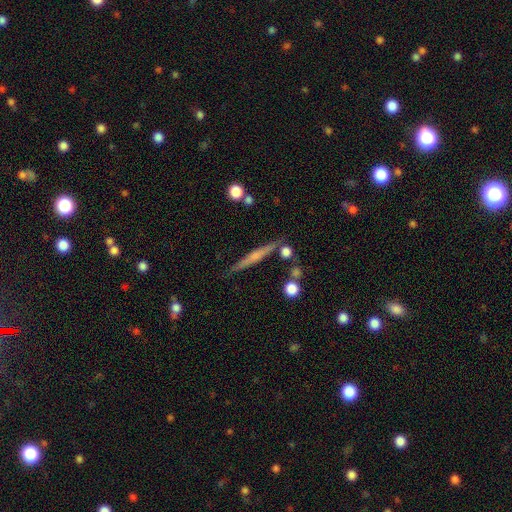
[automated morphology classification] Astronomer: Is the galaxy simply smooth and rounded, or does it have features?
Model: featured or disk — 58% (runner-up: smooth, 35%).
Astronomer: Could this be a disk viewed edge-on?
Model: yes — 97%.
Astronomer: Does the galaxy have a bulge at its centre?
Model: rounded — 51% (runner-up: none, 39%).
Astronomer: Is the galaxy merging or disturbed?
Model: none — 84%.